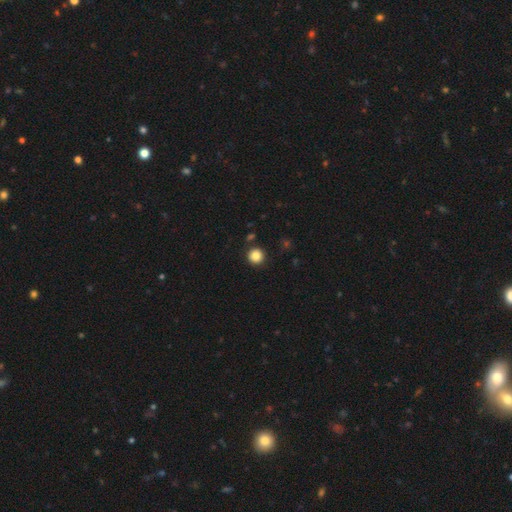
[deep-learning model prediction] A smooth galaxy with no disk features (85%) that is round (95%).

Vote fractions:
- Smooth or featured? smooth: 85% / star or artifact: 11% / featured or disk: 4%
- How rounded? round: 95% / in between: 4% / cigar-shaped: 1%
- Merging? none: 91% / minor disturbance: 5% / merger: 2% / major disturbance: 2%